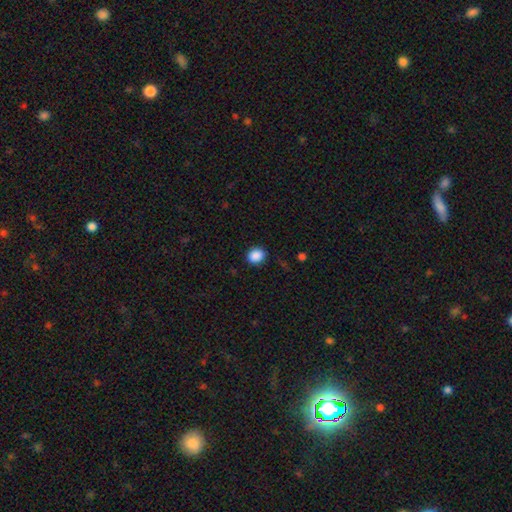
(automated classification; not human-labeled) Q: Smooth or featured?
A: smooth (88%); runner-up: star or artifact (9%)
Q: How rounded?
A: round (66%); runner-up: in between (33%)
Q: Merging?
A: none (87%); runner-up: minor disturbance (9%)